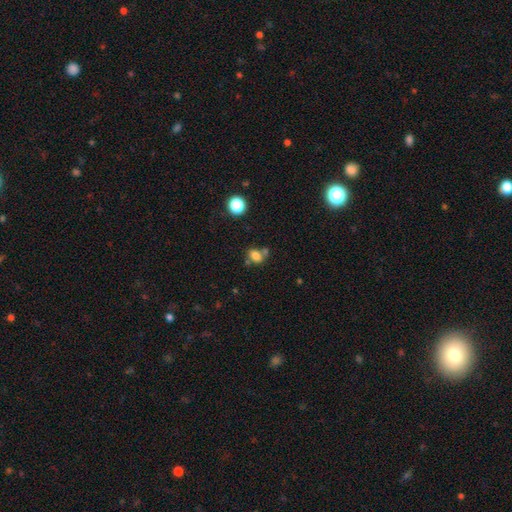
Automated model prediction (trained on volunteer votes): smooth 77%, star or artifact 14%, featured or disk 9%. Down the decision tree: how rounded — in between (63%); merging — none (53%).